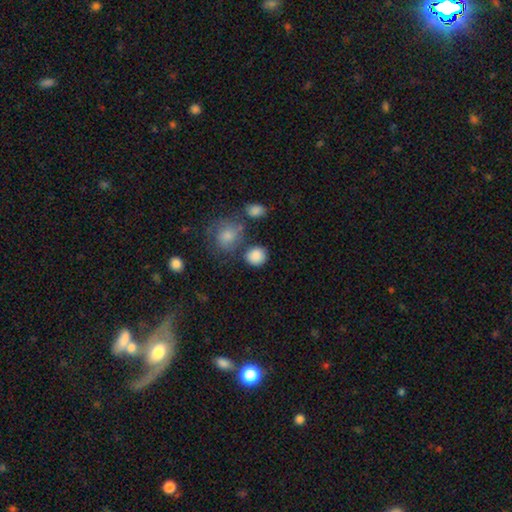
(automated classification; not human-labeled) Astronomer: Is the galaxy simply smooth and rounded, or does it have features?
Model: smooth — 87%.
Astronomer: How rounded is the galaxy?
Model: round — 82%.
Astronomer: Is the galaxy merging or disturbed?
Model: none — 75%.